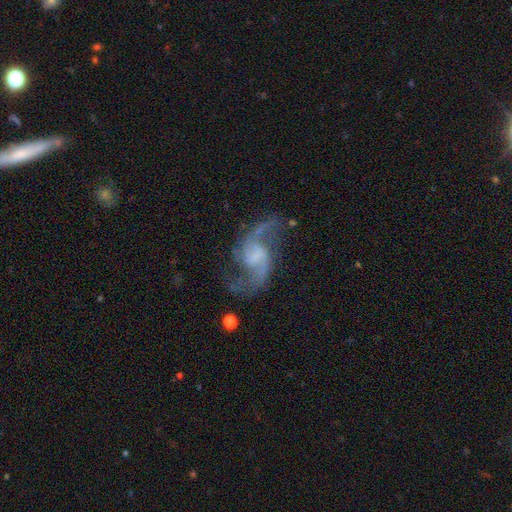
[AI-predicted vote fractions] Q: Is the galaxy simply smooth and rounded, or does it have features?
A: featured or disk — 89%.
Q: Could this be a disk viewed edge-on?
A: no — 98%.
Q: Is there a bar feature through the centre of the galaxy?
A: weak — 52%.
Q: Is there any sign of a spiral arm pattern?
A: yes — 97%.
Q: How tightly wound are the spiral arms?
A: loose — 60%.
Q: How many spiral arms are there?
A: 2 — 91%.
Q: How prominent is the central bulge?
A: none — 47%.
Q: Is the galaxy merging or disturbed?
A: none — 67%.